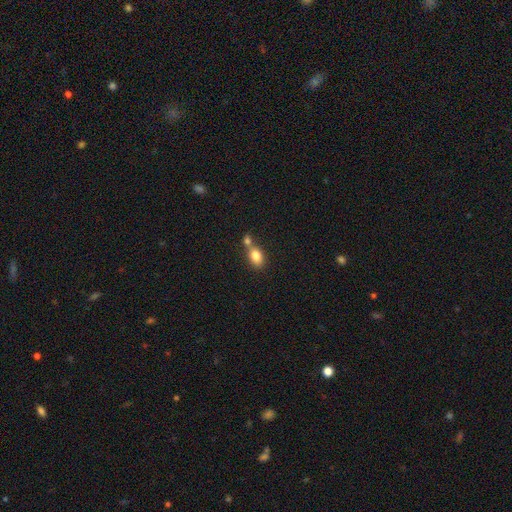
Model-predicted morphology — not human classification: smooth_or_featured: smooth (p=0.81) [alt: featured or disk p=0.10]
how_rounded: in between (p=0.78) [alt: round p=0.20]
merging: merger (p=0.47) [alt: none p=0.38]